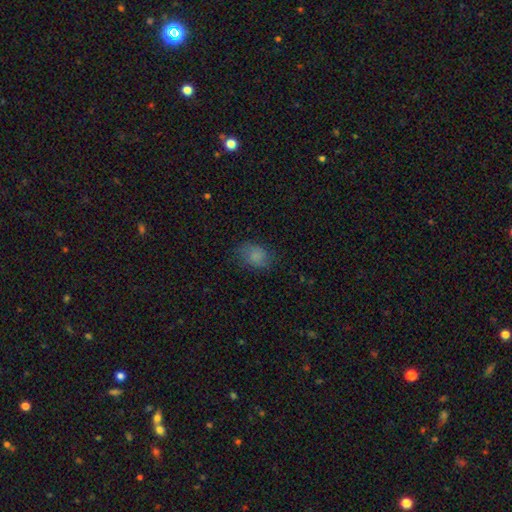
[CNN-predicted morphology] This appears to be a smooth galaxy with no disk features (78%) that is in between round and cigar-shaped (65%). Merging: none (70%).